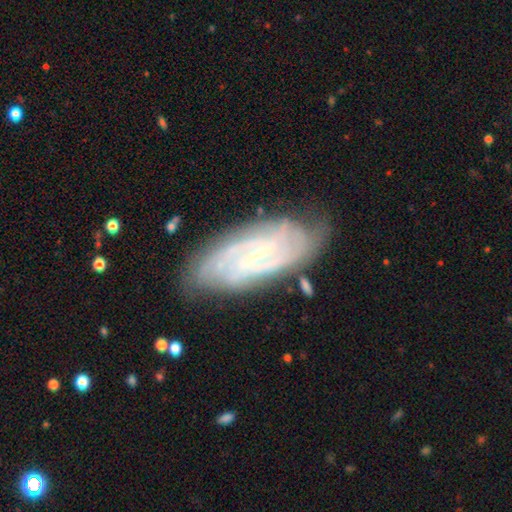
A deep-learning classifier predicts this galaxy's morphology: type=featured or disk (87%); edge-on=no (94%); bar=weak (45%); spiral arms=yes (97%); winding=tight (63%); arm count=2 (37%); bulge=small (83%); merging=none (78%).